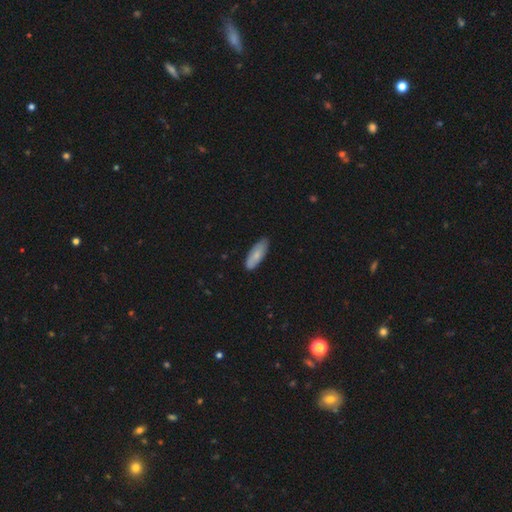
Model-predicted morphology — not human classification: smooth-or-featured: smooth: 77% | featured or disk: 18% | star or artifact: 5%
  how-rounded: in between: 68% | cigar-shaped: 30% | round: 2%
  merging: none: 81% | minor disturbance: 15% | major disturbance: 2% | merger: 1%